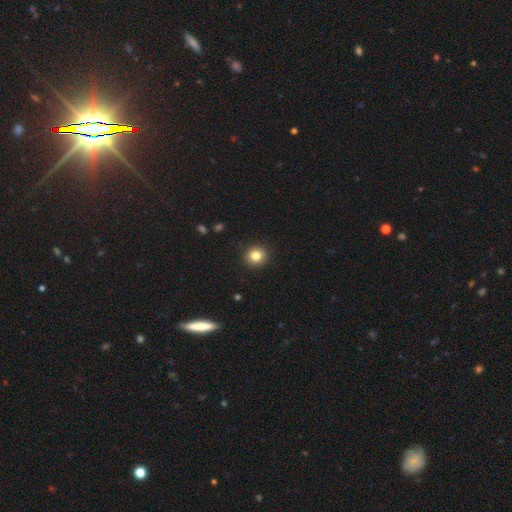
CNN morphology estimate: Smooth or featured? smooth (83%)
How rounded? round (91%)
Merging? none (92%)